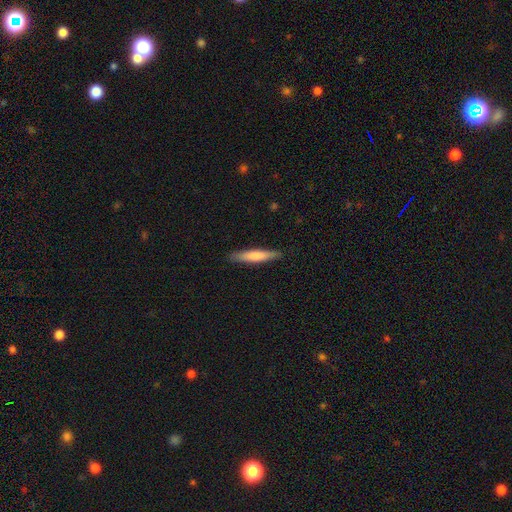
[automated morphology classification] A smooth galaxy with no disk features (71%) that is cigar-shaped (90%).

Vote fractions:
- Smooth or featured? smooth: 71% / featured or disk: 24% / star or artifact: 5%
- How rounded? cigar-shaped: 90% / in between: 9% / round: 1%
- Merging? none: 88% / minor disturbance: 9% / major disturbance: 2% / merger: 1%